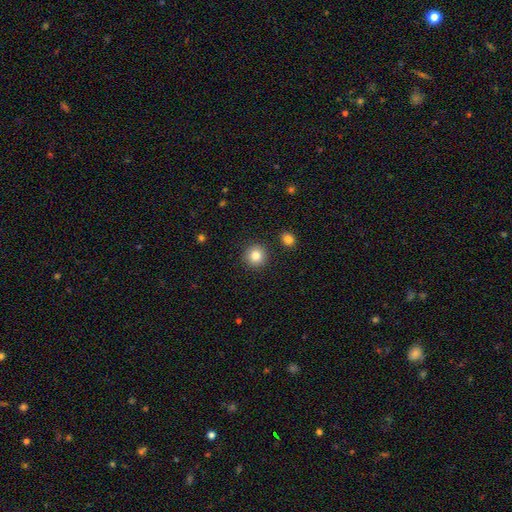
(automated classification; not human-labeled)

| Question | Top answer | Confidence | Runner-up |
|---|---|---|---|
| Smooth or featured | smooth | 83% | star or artifact (10%) |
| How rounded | round | 94% | in between (5%) |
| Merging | none | 90% | minor disturbance (6%) |